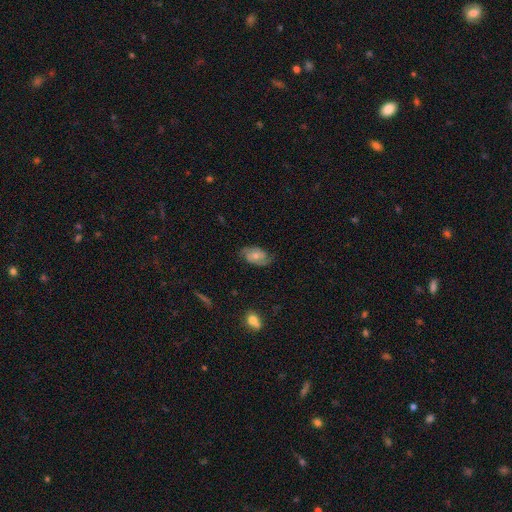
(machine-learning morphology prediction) type=featured or disk (76%); edge-on=no (96%); bar=no (62%); spiral arms=yes (94%); winding=medium (46%); arm count=2 (88%); bulge=moderate (50%); merging=none (79%).